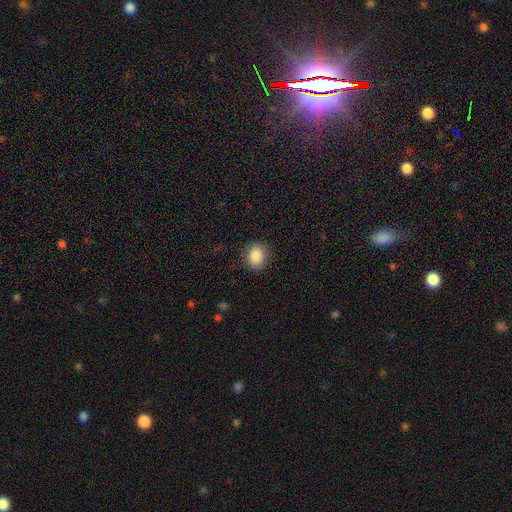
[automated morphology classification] Smooth or featured? Predicted: smooth (p=0.87). How rounded? Predicted: round (p=0.59). Merging? Predicted: none (p=0.86).